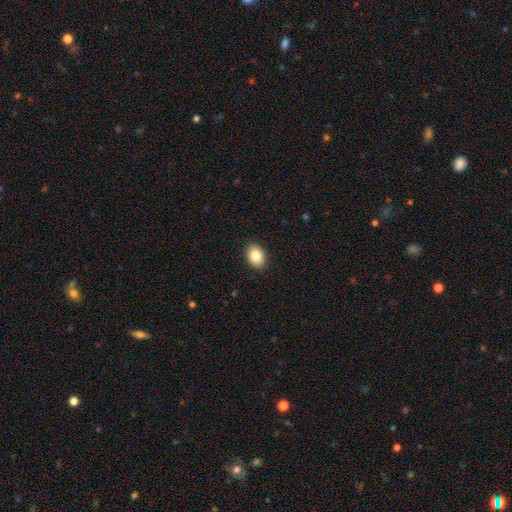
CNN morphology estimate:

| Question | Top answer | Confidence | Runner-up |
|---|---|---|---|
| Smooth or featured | smooth | 85% | star or artifact (8%) |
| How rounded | in between | 77% | round (22%) |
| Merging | none | 90% | minor disturbance (7%) |